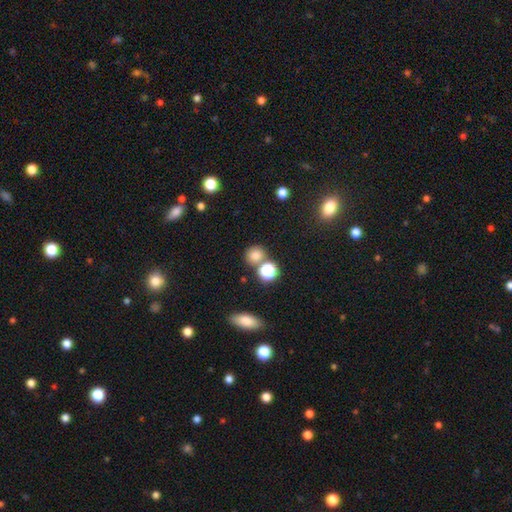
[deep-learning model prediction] Smooth or featured?
  - smooth: 77% *
  - star or artifact: 16%
  - featured or disk: 6%
How rounded?
  - round: 80% *
  - in between: 19%
  - cigar-shaped: 1%
Merging?
  - none: 70% *
  - merger: 17%
  - minor disturbance: 9%
  - major disturbance: 3%